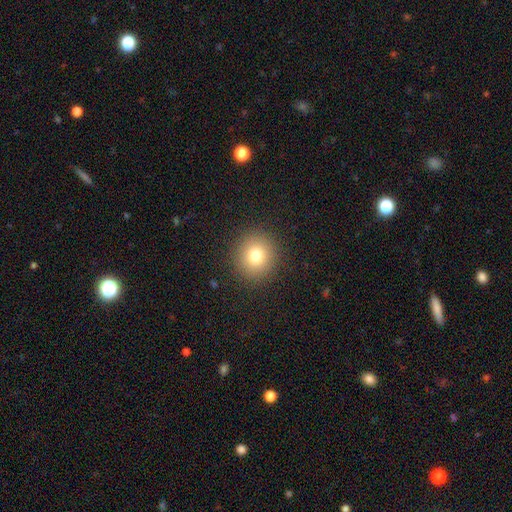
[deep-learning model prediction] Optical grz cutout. It shows a smooth galaxy with no disk features (78%) that is round (92%). Merging: none (91%).